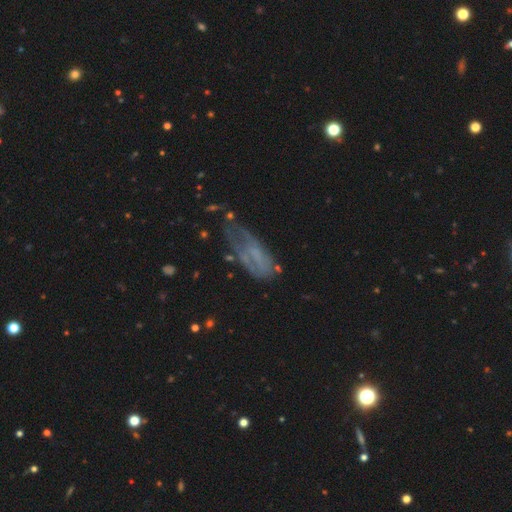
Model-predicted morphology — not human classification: Smooth or featured?
  - featured or disk: 48% *
  - smooth: 38%
  - star or artifact: 15%
Merging?
  - major disturbance: 36% *
  - none: 30%
  - minor disturbance: 28%
  - merger: 5%